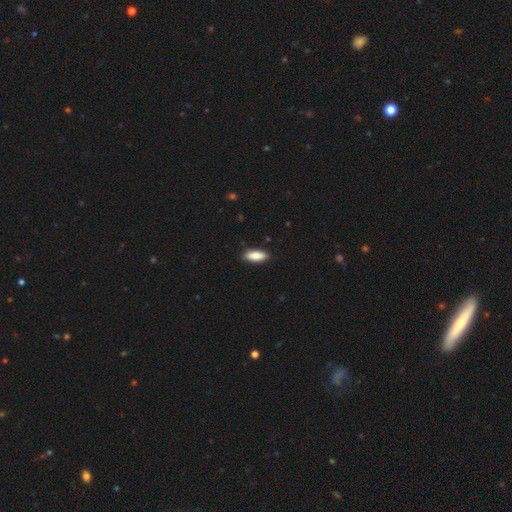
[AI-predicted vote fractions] Smooth or featured: smooth — 87% (featured or disk — 7%)
How rounded: in between — 78% (cigar-shaped — 20%)
Merging: none — 87% (minor disturbance — 10%)